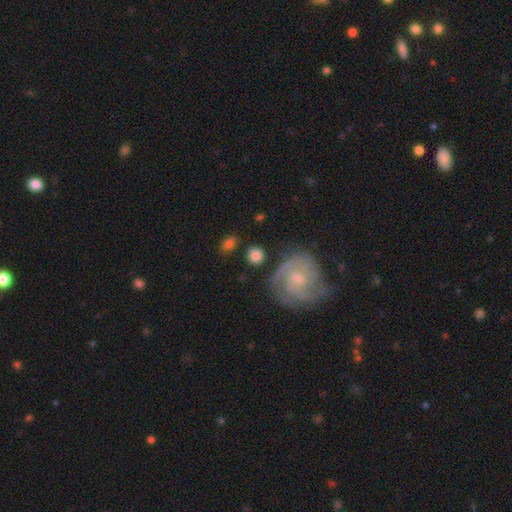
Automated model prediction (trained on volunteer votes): Smooth or featured? smooth (77%)
How rounded? round (88%)
Merging? none (81%)